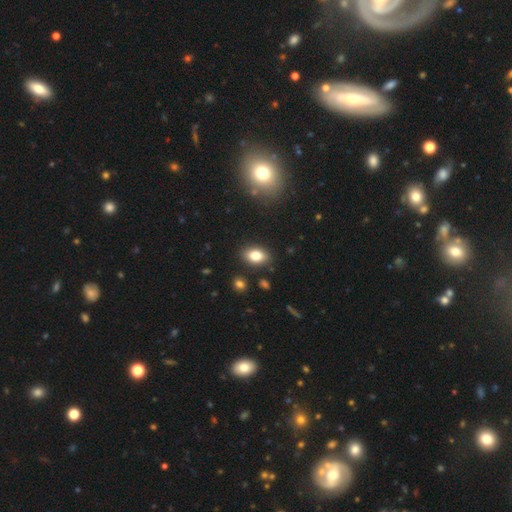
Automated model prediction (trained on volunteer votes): Smooth or featured? Predicted: smooth (p=0.80). How rounded? Predicted: in between (p=0.84). Merging? Predicted: none (p=0.87).